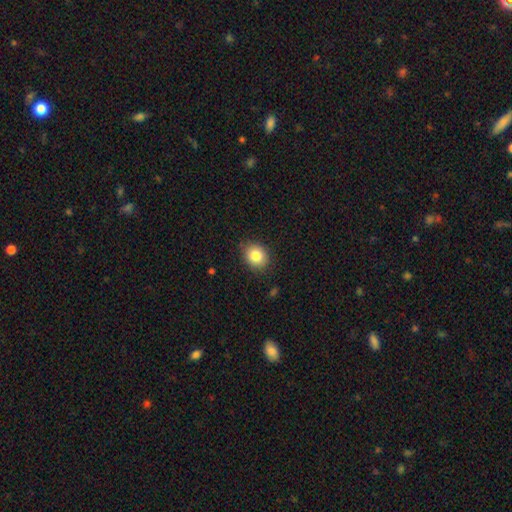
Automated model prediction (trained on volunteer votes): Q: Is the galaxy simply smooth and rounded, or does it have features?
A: smooth — 83%.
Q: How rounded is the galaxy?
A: round — 70%.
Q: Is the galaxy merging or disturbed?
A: none — 86%.